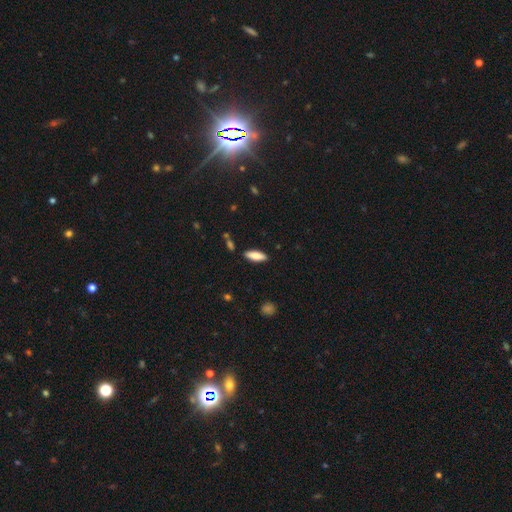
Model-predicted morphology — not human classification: This appears to be a smooth galaxy with no disk features (81%) that is in between round and cigar-shaped (57%). Merging: none (87%).